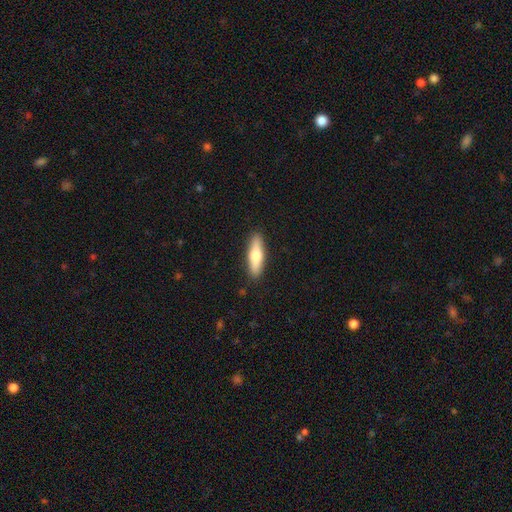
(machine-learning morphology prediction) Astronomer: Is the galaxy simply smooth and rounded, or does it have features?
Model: smooth — 64%.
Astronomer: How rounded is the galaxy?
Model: cigar-shaped — 64%.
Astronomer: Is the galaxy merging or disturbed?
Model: none — 89%.